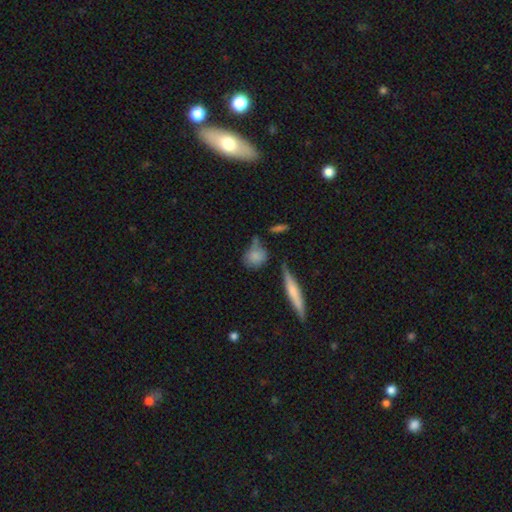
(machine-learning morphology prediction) Q: Smooth or featured?
A: smooth (76%); runner-up: featured or disk (15%)
Q: How rounded?
A: round (51%); runner-up: in between (42%)
Q: Merging?
A: none (50%); runner-up: minor disturbance (27%)